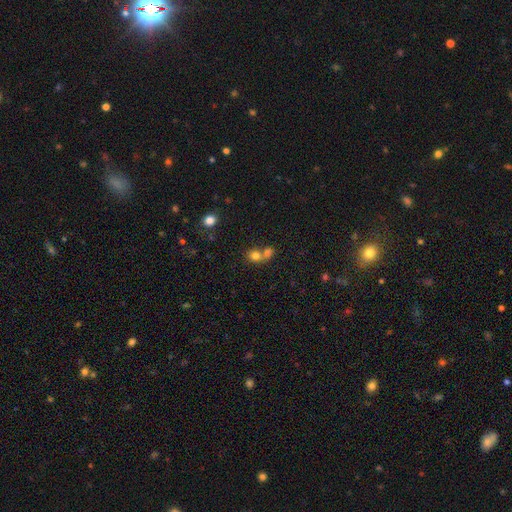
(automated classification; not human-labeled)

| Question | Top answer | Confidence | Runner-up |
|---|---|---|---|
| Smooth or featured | smooth | 76% | star or artifact (13%) |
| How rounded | round | 76% | in between (23%) |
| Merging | merger | 55% | none (35%) |